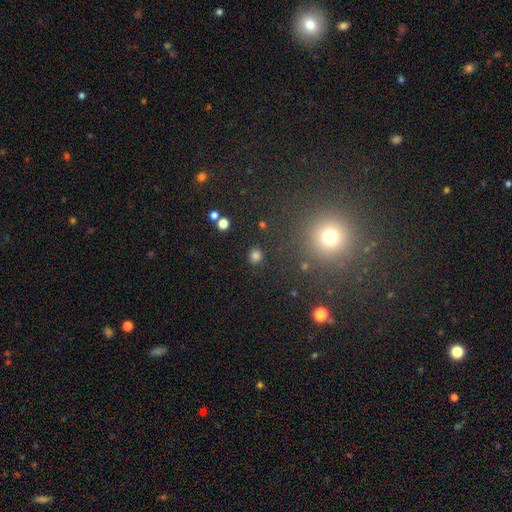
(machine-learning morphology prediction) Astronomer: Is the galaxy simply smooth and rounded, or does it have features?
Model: smooth — 79%.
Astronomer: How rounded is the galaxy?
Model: round — 84%.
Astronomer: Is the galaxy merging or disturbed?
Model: none — 87%.